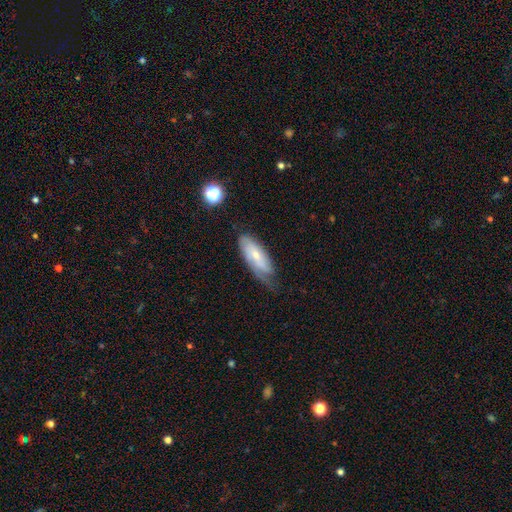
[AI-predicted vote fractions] Smooth or featured: featured or disk — 53% (smooth — 40%)
Edge-on disk: no — 84% (yes — 16%)
Merging: none — 50% (minor disturbance — 34%)